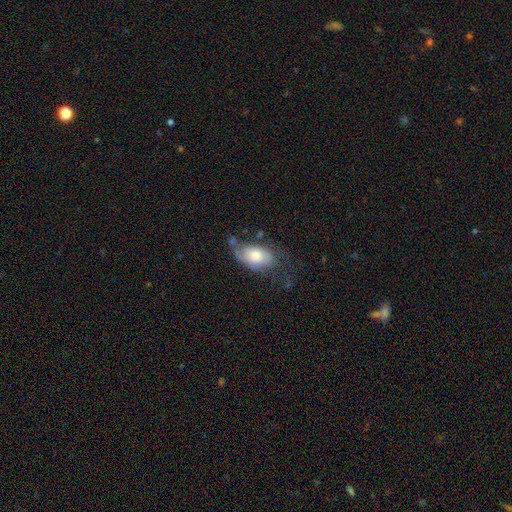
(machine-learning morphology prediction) The model was most divided on "merging": none: 38%, minor disturbance: 30%, major disturbance: 27%, merger: 5%. More confident: how rounded — in between (91%); smooth or featured — smooth (56%).